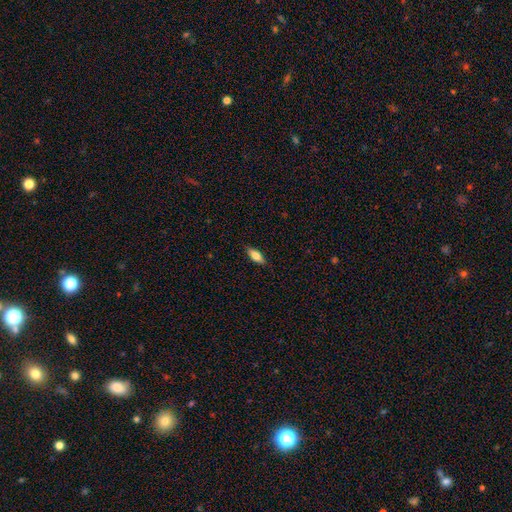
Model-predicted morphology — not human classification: This appears to be a smooth galaxy with no disk features (77%) that is in between round and cigar-shaped (74%). Merging: none (87%).